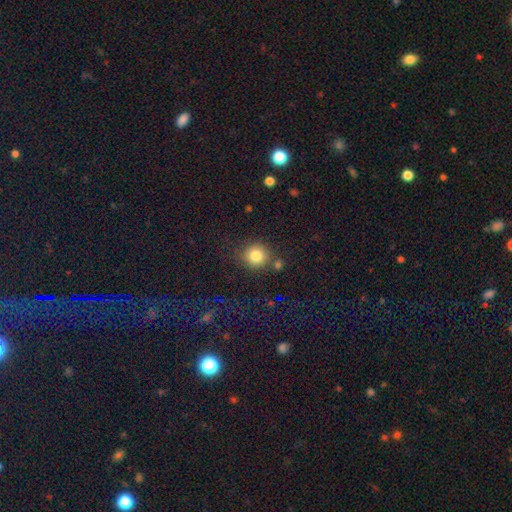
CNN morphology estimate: smooth-or-featured: smooth: 79% | star or artifact: 14% | featured or disk: 6%
  how-rounded: round: 88% | in between: 11% | cigar-shaped: 1%
  merging: none: 76% | minor disturbance: 11% | merger: 10% | major disturbance: 4%